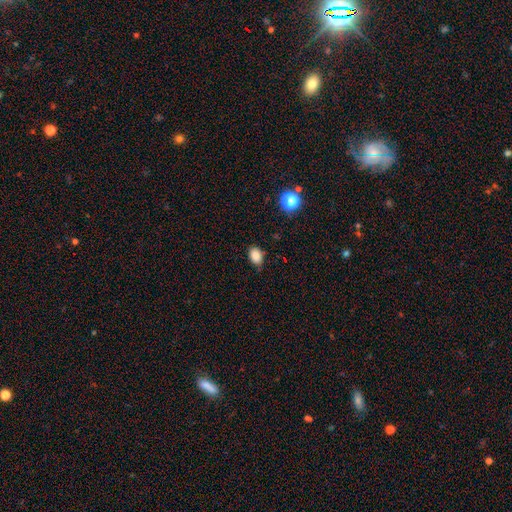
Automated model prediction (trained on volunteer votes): A smooth galaxy with no disk features (86%) that is in between round and cigar-shaped (75%).

Vote fractions:
- Smooth or featured? smooth: 86% / star or artifact: 10% / featured or disk: 4%
- How rounded? in between: 75% / round: 24% / cigar-shaped: 1%
- Merging? none: 79% / minor disturbance: 17% / major disturbance: 3% / merger: 1%